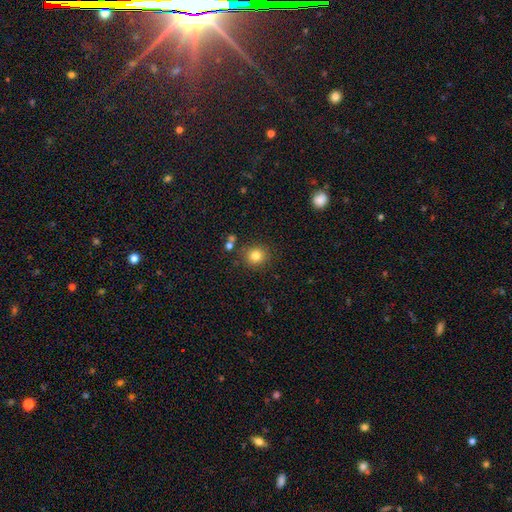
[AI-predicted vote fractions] Overall: smooth (82%). How rounded: round (85%). Merging: none (84%).